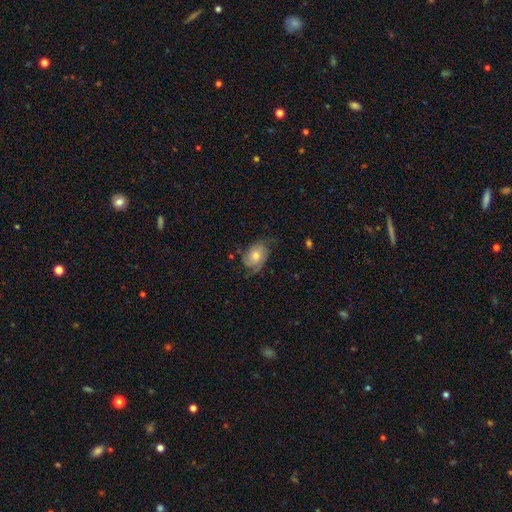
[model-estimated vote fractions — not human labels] Smooth or featured? Predicted: featured or disk (p=0.52). Edge-on disk? Predicted: no (p=0.96). Merging? Predicted: none (p=0.55).